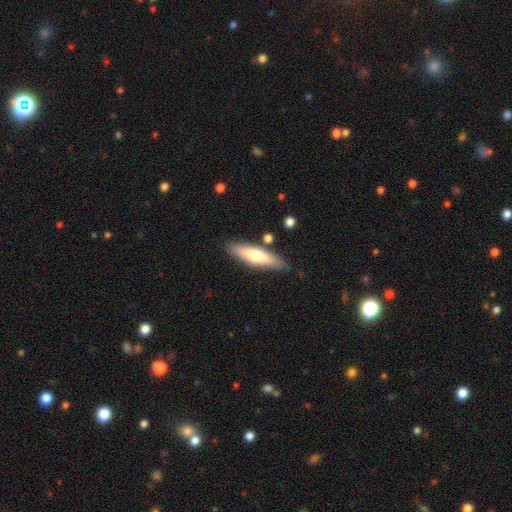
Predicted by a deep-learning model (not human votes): Overall: smooth (60%; featured or disk 34%). How rounded: cigar-shaped (65%; in between 33%). Merging: none (82%).